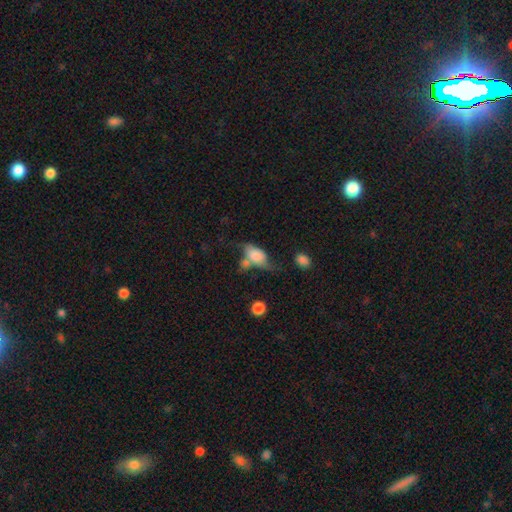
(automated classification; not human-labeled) A smooth galaxy with no disk features (64%) that is in between round and cigar-shaped (86%).

Vote fractions:
- Smooth or featured? smooth: 64% / featured or disk: 27% / star or artifact: 9%
- How rounded? in between: 86% / round: 9% / cigar-shaped: 6%
- Merging? merger: 29% / none: 25% / major disturbance: 23% / minor disturbance: 23%